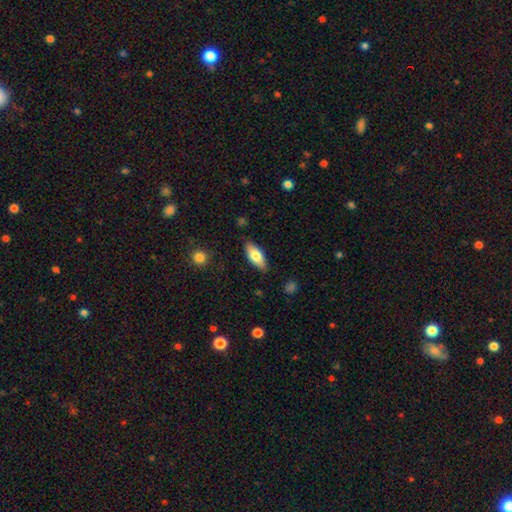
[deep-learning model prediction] Smooth or featured?
  - smooth: 75% *
  - featured or disk: 19%
  - star or artifact: 6%
How rounded?
  - in between: 79% *
  - cigar-shaped: 18%
  - round: 2%
Merging?
  - none: 85% *
  - minor disturbance: 11%
  - major disturbance: 2%
  - merger: 1%